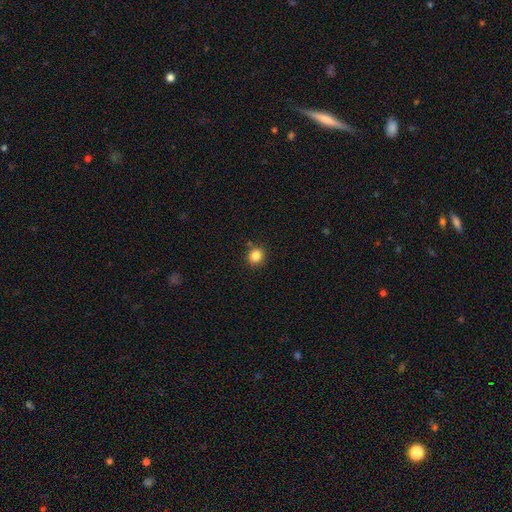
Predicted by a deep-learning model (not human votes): smooth 84%, star or artifact 11%, featured or disk 4%. Down the decision tree: how rounded — round (90%); merging — none (86%).